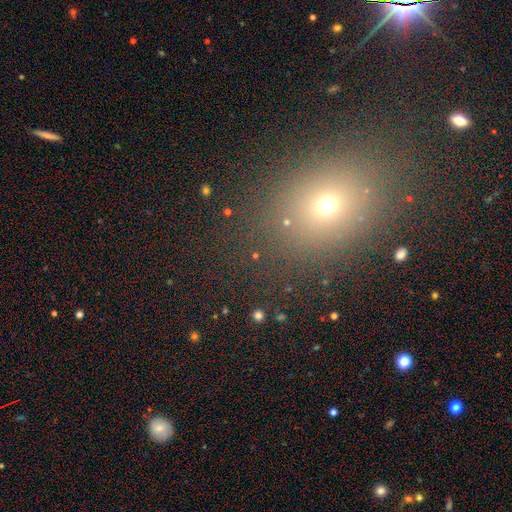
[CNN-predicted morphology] This appears to be a smooth galaxy with no disk features (45%). Merging: none (83%).